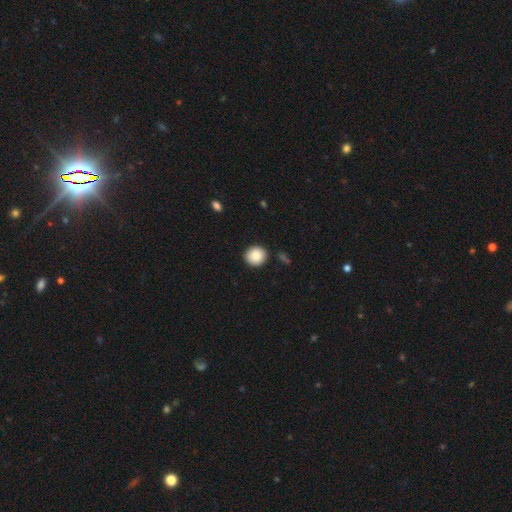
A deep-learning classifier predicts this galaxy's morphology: Smooth or featured?
  - smooth: 87% *
  - star or artifact: 8%
  - featured or disk: 5%
How rounded?
  - round: 86% *
  - in between: 13%
  - cigar-shaped: 1%
Merging?
  - none: 90% *
  - minor disturbance: 7%
  - major disturbance: 2%
  - merger: 2%